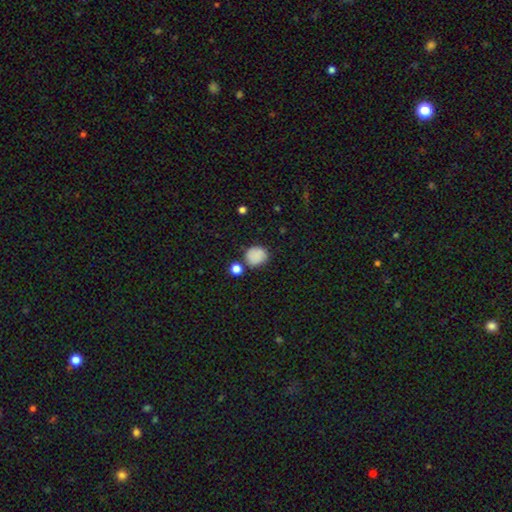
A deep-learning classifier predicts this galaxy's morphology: This appears to be a smooth galaxy with no disk features (85%) that is round (78%). Merging: none (72%).